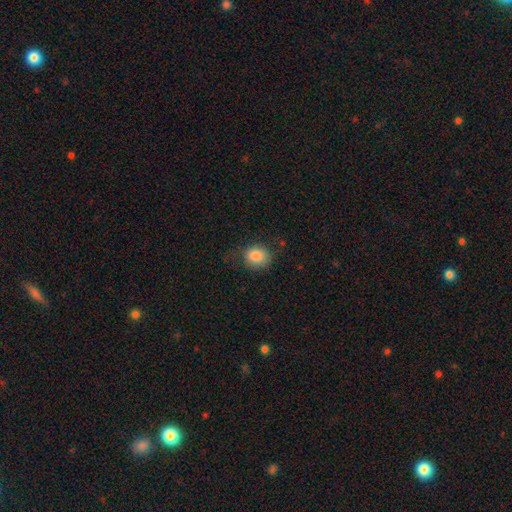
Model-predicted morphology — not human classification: smooth-or-featured: smooth: 85% | star or artifact: 9% | featured or disk: 6%
  how-rounded: round: 68% | in between: 31% | cigar-shaped: 1%
  merging: none: 68% | minor disturbance: 22% | major disturbance: 9% | merger: 1%